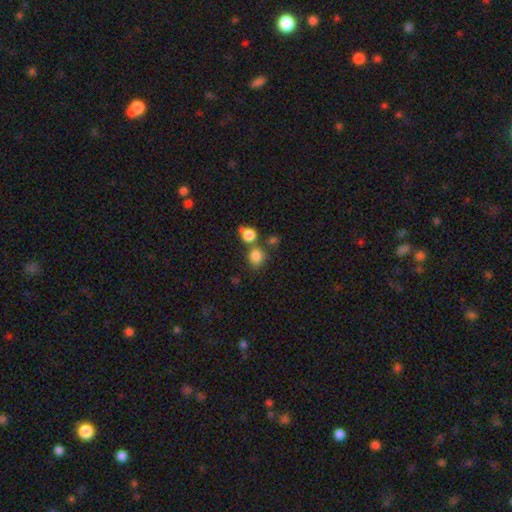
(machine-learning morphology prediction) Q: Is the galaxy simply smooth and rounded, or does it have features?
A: smooth — 81%.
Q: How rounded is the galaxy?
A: round — 72%.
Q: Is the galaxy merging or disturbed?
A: none — 53%.